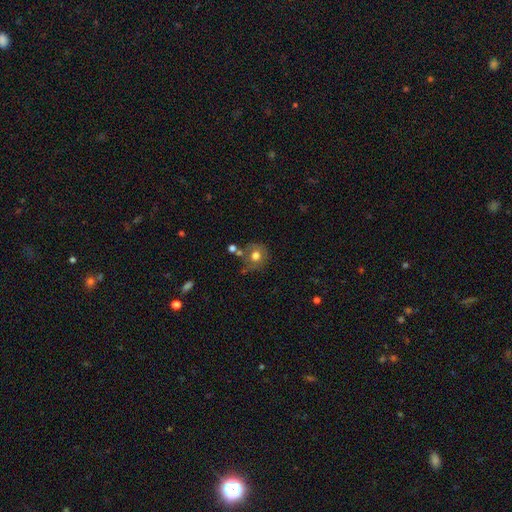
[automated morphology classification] Overall: smooth (67%). How rounded: round (87%). Merging: none (61%).